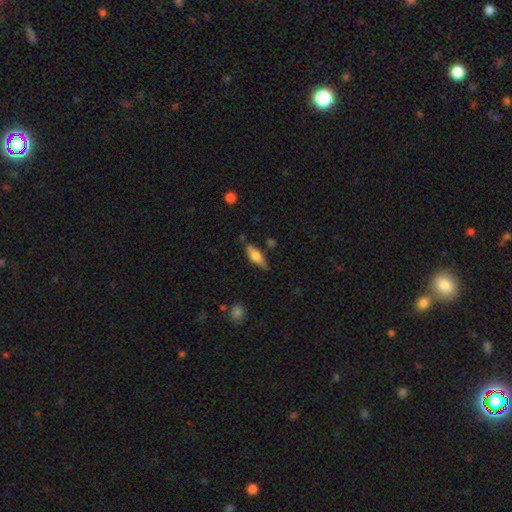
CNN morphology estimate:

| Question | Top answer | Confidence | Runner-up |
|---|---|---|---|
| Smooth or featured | smooth | 56% | featured or disk (37%) |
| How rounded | in between | 58% | cigar-shaped (39%) |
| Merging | none | 78% | minor disturbance (16%) |